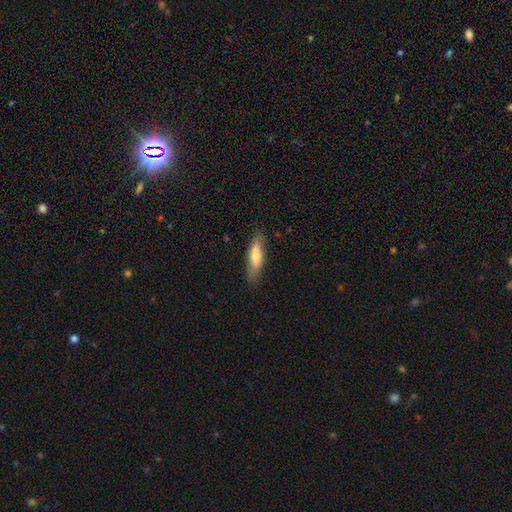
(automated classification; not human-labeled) This appears to be a smooth galaxy with no disk features (64%) that is cigar-shaped (62%). Merging: none (84%).